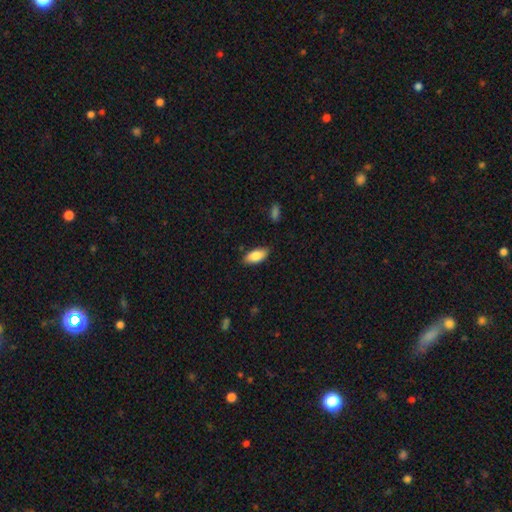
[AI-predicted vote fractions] This appears to be a smooth galaxy with no disk features (85%) that is in between round and cigar-shaped (88%). Merging: none (84%).